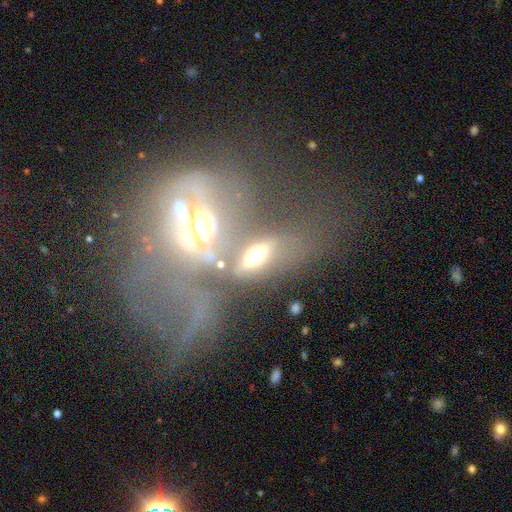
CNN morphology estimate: Overall: featured or disk (52%; smooth 35%). Edge-on disk: yes (55%; no 45%). Merging: merger (42%; none 28%).